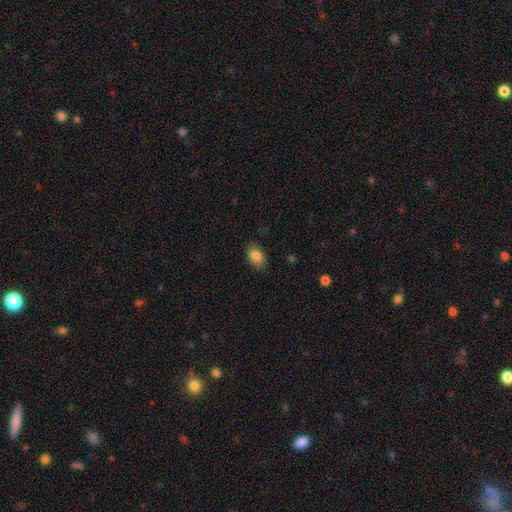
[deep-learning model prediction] This appears to be a smooth galaxy with no disk features (86%) that is in between round and cigar-shaped (89%). Merging: none (83%).